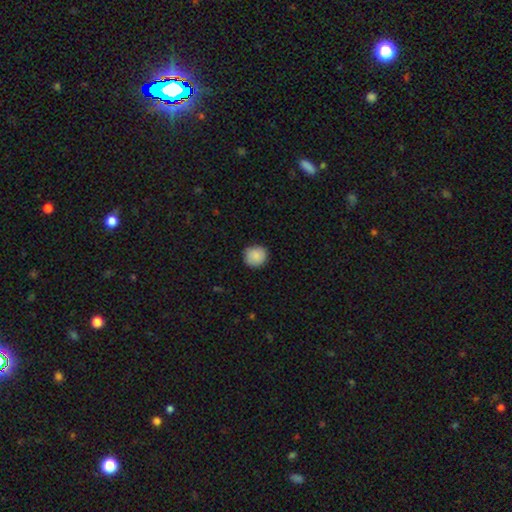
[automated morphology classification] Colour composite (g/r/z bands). It shows a smooth galaxy with no disk features (88%) that is round (90%). Merging: none (88%).